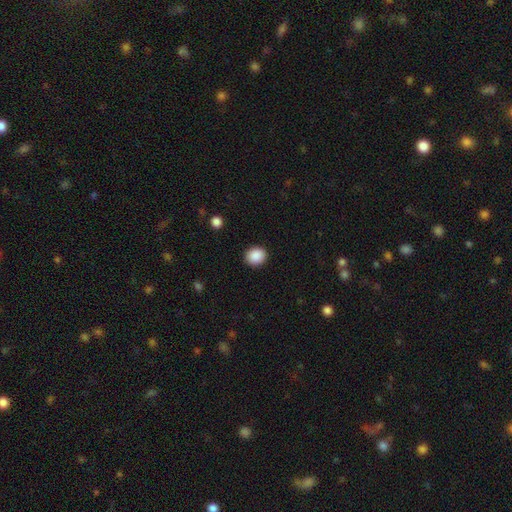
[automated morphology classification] smooth_or_featured: smooth (p=0.89) [alt: star or artifact p=0.08]
how_rounded: round (p=0.74) [alt: in between p=0.25]
merging: none (p=0.90) [alt: minor disturbance p=0.07]